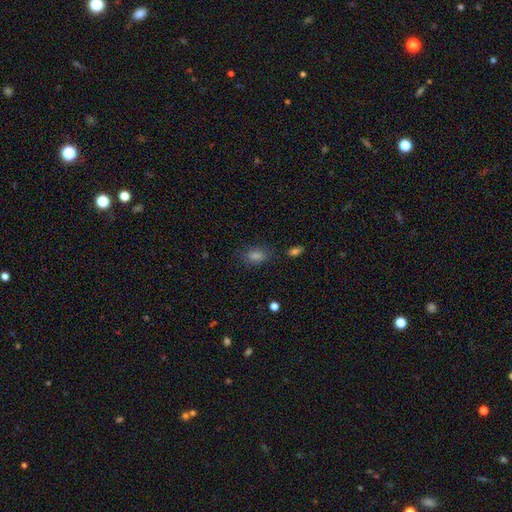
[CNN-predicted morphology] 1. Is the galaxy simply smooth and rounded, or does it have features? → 66% smooth, 24% star or artifact, 10% featured or disk.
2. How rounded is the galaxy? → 79% in between, 18% round, 3% cigar-shaped.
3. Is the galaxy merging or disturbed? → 79% none, 13% minor disturbance, 4% major disturbance, 3% merger.